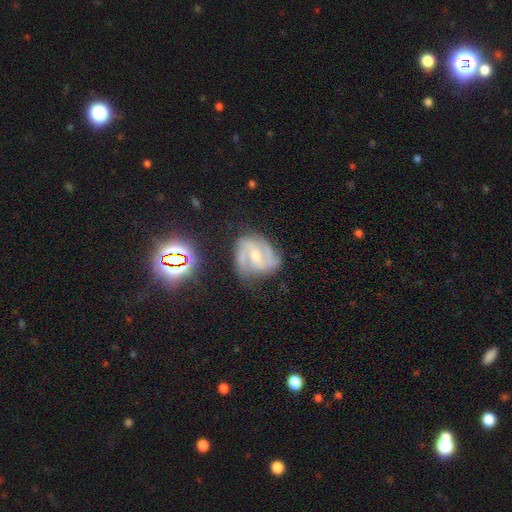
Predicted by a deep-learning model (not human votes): Q: Smooth or featured?
A: featured or disk (84%); runner-up: star or artifact (8%)
Q: Edge-on disk?
A: no (98%); runner-up: yes (2%)
Q: Bar?
A: weak (50%); runner-up: no (33%)
Q: Spiral arms?
A: yes (97%); runner-up: no (3%)
Q: Spiral winding?
A: medium (51%); runner-up: tight (37%)
Q: Spiral arm count?
A: 2 (49%); runner-up: 3 (31%)
Q: Bulge size?
A: moderate (52%); runner-up: small (40%)
Q: Merging?
A: none (66%); runner-up: minor disturbance (23%)